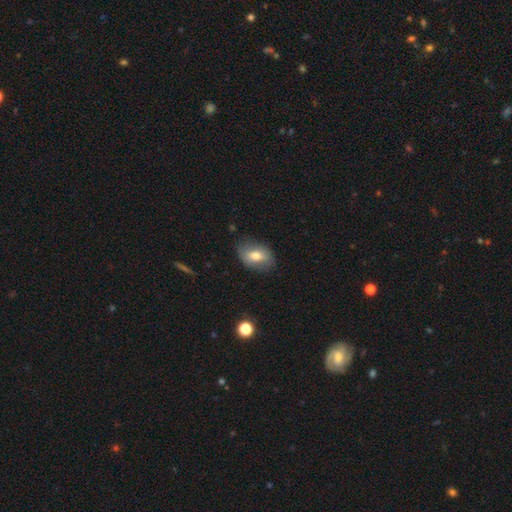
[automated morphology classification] smooth_or_featured: smooth (p=0.71) [alt: featured or disk p=0.21]
how_rounded: in between (p=0.82) [alt: round p=0.17]
merging: none (p=0.77) [alt: minor disturbance p=0.17]